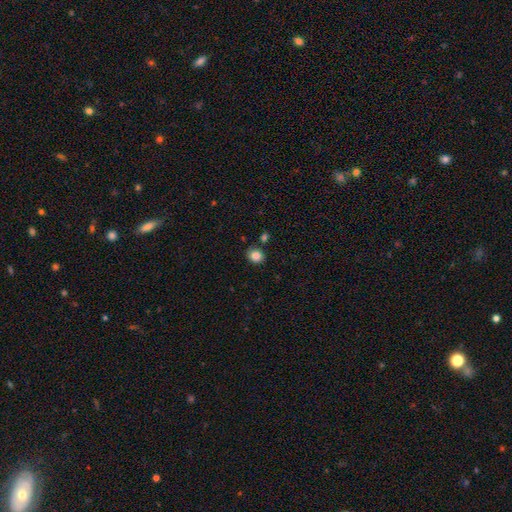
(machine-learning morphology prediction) Overall: smooth (85%). How rounded: round (68%; in between 31%). Merging: none (83%).